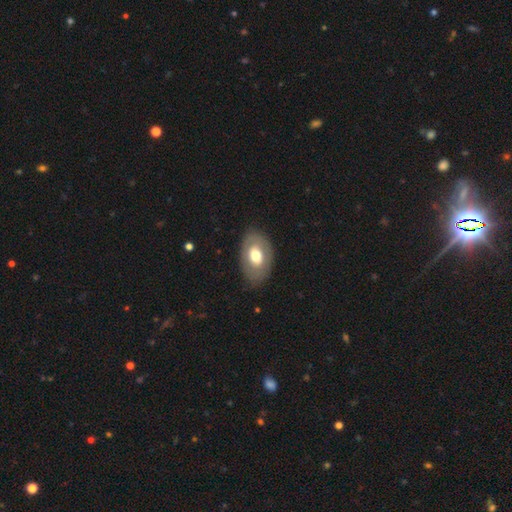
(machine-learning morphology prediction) This appears to be a smooth galaxy with no disk features (60%) that is in between round and cigar-shaped (87%). Merging: none (82%).